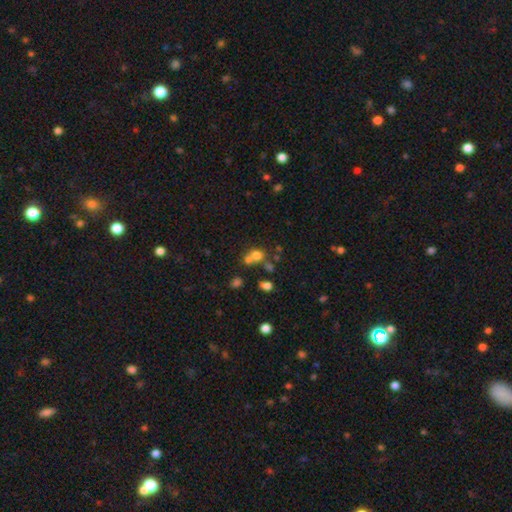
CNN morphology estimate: type=smooth (67%); roundness=round (75%); merging=merger (45%).